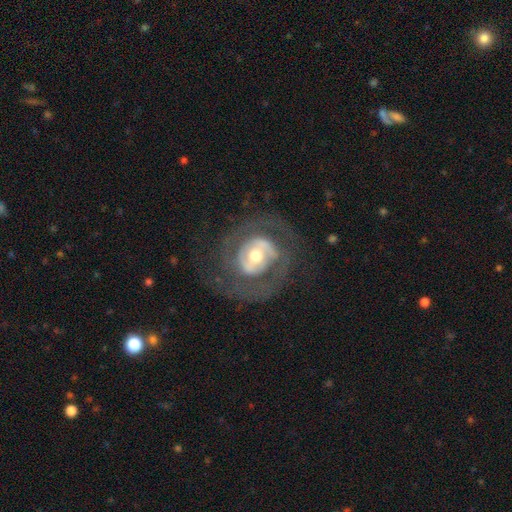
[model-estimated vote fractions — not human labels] This appears to be a featured or disk galaxy (78%) with no bar (46%), 2 (64%) tight (44%) spiral arms (70%) and a moderate central bulge (69%). Merging: none (68%).